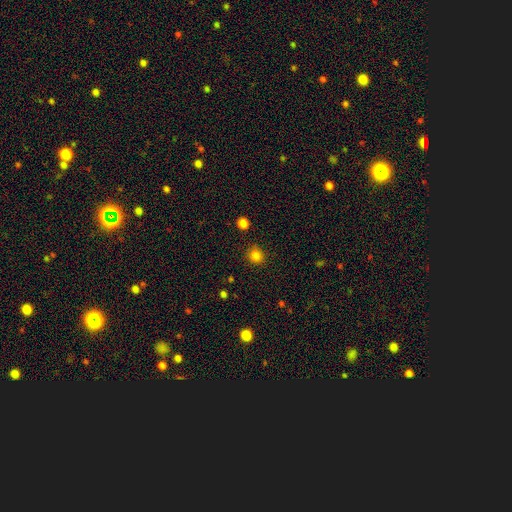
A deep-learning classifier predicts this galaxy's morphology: smooth_or_featured: smooth (p=0.83) [alt: star or artifact p=0.13]
how_rounded: round (p=0.85) [alt: in between p=0.14]
merging: none (p=0.87) [alt: minor disturbance p=0.08]